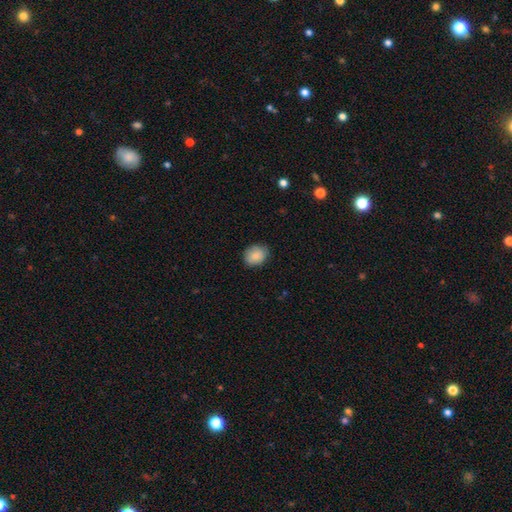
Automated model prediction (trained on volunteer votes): The model was most divided on "how rounded": round: 51%, in between: 48%, cigar-shaped: 1%. More confident: smooth or featured — smooth (87%); merging — none (80%).